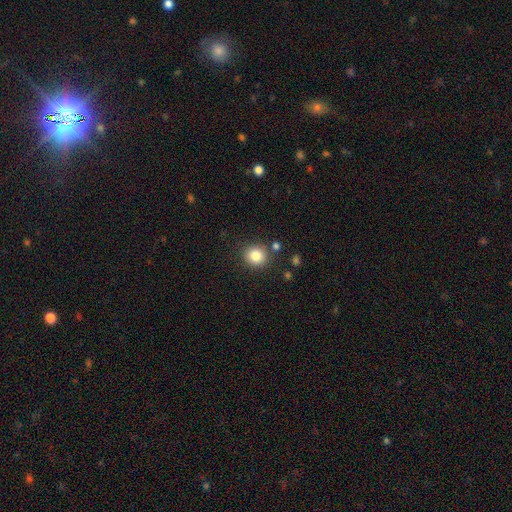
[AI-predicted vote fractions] Smooth or featured?
  - smooth: 83% *
  - star or artifact: 11%
  - featured or disk: 6%
How rounded?
  - round: 87% *
  - in between: 12%
  - cigar-shaped: 1%
Merging?
  - none: 84% *
  - minor disturbance: 9%
  - merger: 5%
  - major disturbance: 3%